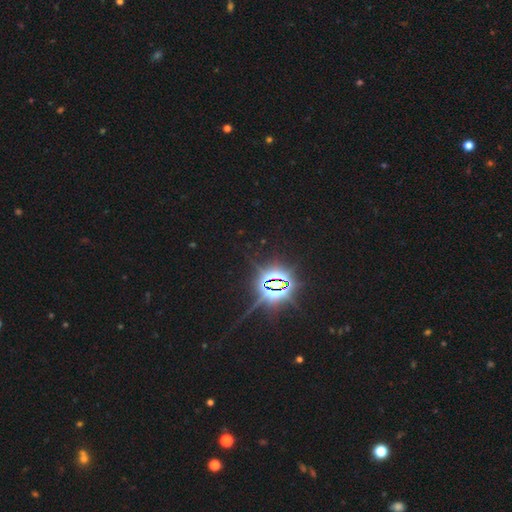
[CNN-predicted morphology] This is clearly a star or artifact rather than a galaxy (88%).